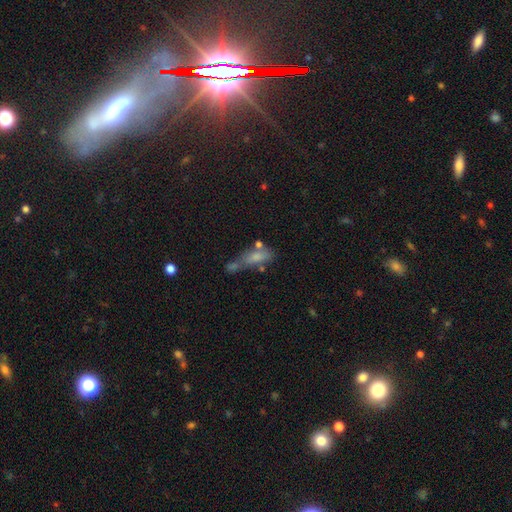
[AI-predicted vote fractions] smooth-or-featured: smooth: 46% | featured or disk: 30% | star or artifact: 24%
  merging: none: 42% | merger: 24% | minor disturbance: 20% | major disturbance: 15%